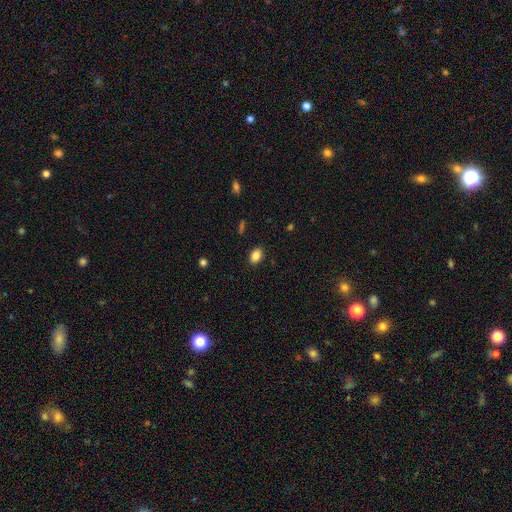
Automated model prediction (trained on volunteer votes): Overall: smooth (86%). How rounded: in between (83%). Merging: none (88%).